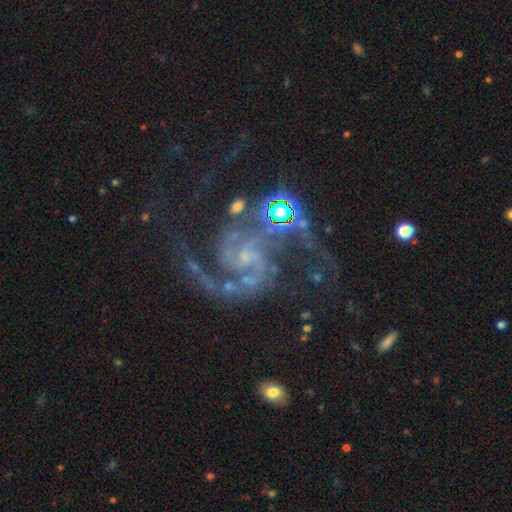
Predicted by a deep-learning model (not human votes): Q: Smooth or featured?
A: featured or disk (89%); runner-up: star or artifact (8%)
Q: Edge-on disk?
A: no (98%); runner-up: yes (2%)
Q: Bar?
A: no (55%); runner-up: weak (34%)
Q: Spiral arms?
A: yes (98%); runner-up: no (2%)
Q: Spiral winding?
A: medium (57%); runner-up: loose (24%)
Q: Spiral arm count?
A: 2 (83%); runner-up: 3 (6%)
Q: Bulge size?
A: small (69%); runner-up: moderate (14%)
Q: Merging?
A: none (55%); runner-up: major disturbance (21%)